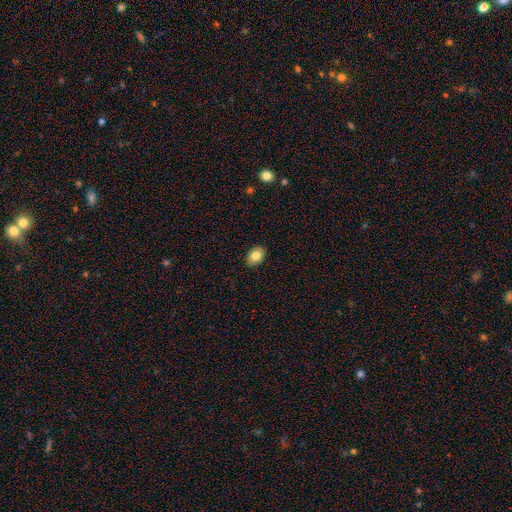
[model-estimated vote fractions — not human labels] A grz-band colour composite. It shows a smooth galaxy with no disk features (82%) that is in between round and cigar-shaped (79%). Merging: none (89%).